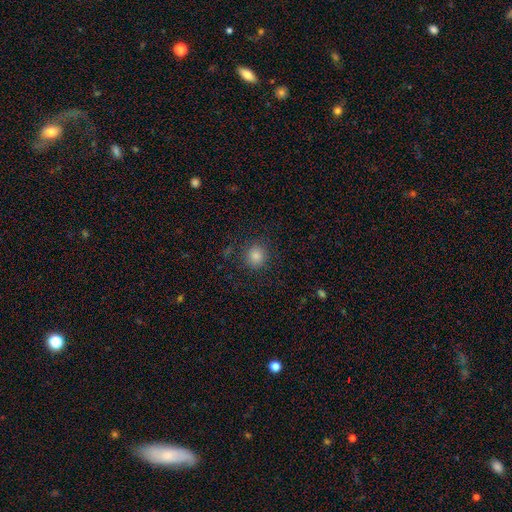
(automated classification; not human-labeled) The model was most divided on "smooth or featured": smooth: 82%, star or artifact: 13%, featured or disk: 5%. More confident: merging — none (87%); how rounded — round (85%).